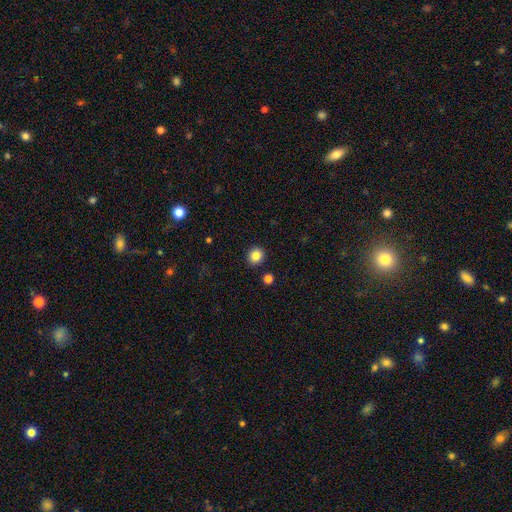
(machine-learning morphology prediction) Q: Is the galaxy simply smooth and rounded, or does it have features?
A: smooth — 84%.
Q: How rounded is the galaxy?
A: round — 86%.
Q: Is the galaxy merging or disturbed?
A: none — 91%.